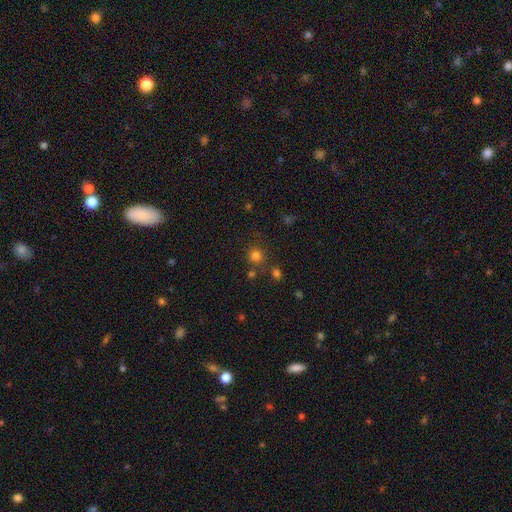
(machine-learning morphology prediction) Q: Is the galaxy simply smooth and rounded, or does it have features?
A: smooth — 77%.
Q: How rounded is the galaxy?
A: round — 90%.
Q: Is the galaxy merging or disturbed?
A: none — 76%.